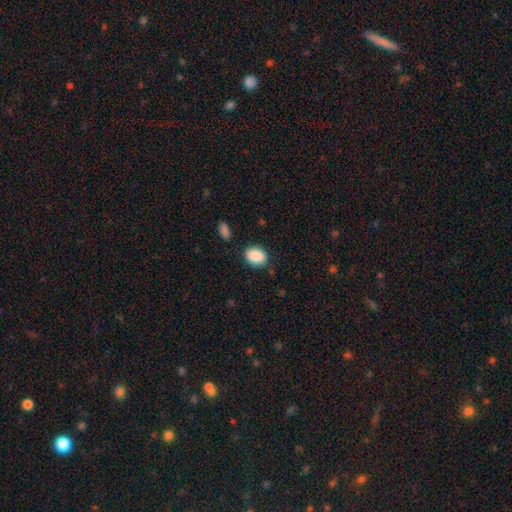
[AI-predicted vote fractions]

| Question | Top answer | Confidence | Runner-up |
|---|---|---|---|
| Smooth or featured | smooth | 89% | star or artifact (7%) |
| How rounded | in between | 65% | round (33%) |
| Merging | none | 82% | minor disturbance (12%) |